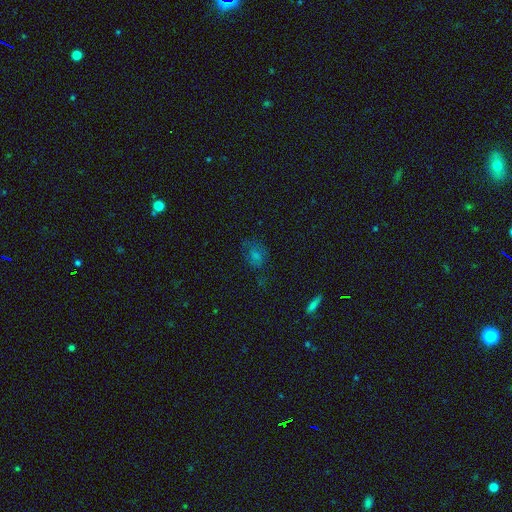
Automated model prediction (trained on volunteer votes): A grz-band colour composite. It shows a smooth galaxy with no disk features (47%). Merging: none (66%).